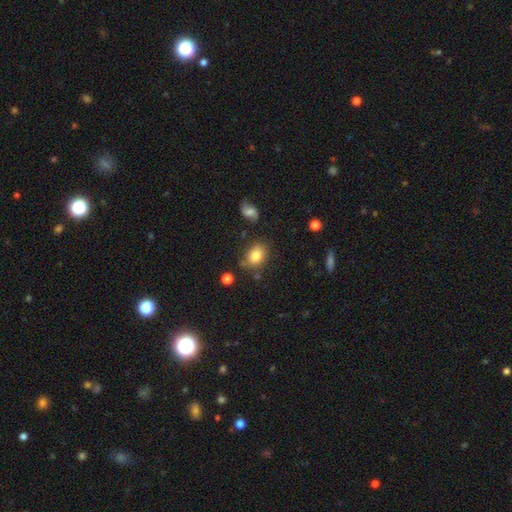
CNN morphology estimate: This is clearly a smooth galaxy (82%). How rounded: likely in between (66%). Merging: likely none (72%).